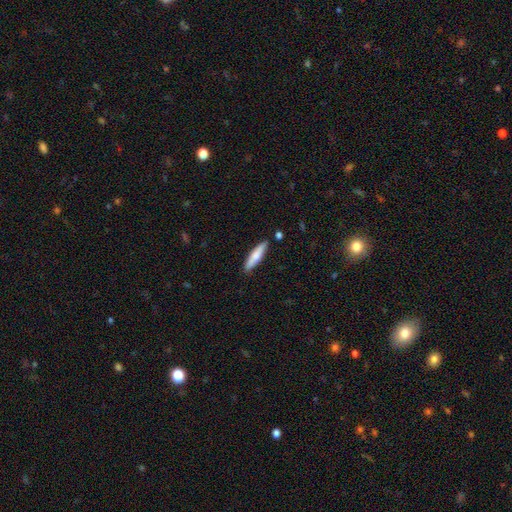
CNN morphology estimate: A smooth galaxy with no disk features (67%) that is cigar-shaped (79%).

Vote fractions:
- Smooth or featured? smooth: 67% / featured or disk: 27% / star or artifact: 6%
- How rounded? cigar-shaped: 79% / in between: 19% / round: 2%
- Merging? none: 86% / minor disturbance: 10% / merger: 3% / major disturbance: 2%